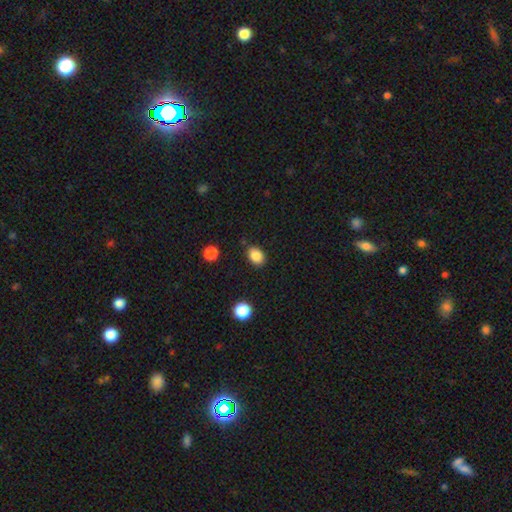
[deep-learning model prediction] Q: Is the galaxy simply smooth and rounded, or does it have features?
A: smooth — 86%.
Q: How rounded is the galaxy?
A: in between — 67%.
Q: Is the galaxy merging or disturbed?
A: none — 83%.